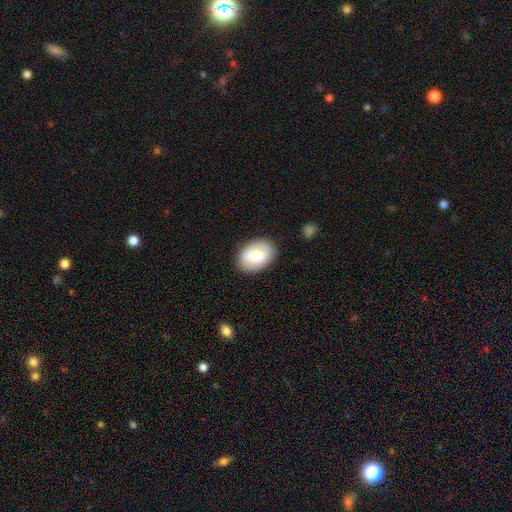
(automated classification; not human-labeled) Smooth or featured?
  - smooth: 68% *
  - featured or disk: 26%
  - star or artifact: 6%
How rounded?
  - in between: 81% *
  - round: 18%
  - cigar-shaped: 1%
Merging?
  - none: 86% *
  - minor disturbance: 10%
  - major disturbance: 3%
  - merger: 1%